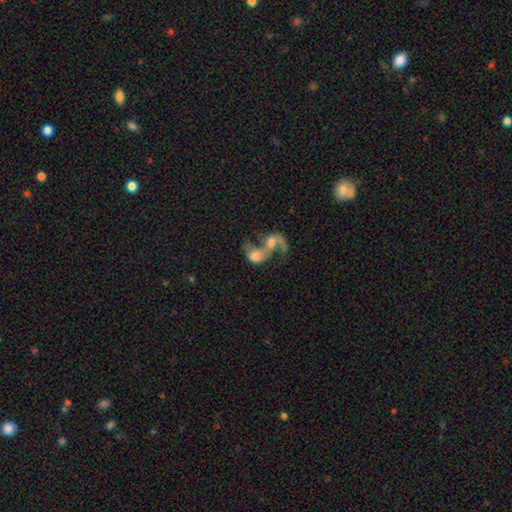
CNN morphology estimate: Smooth or featured? featured or disk (51%)
Edge-on disk? no (96%)
Merging? merger (81%)